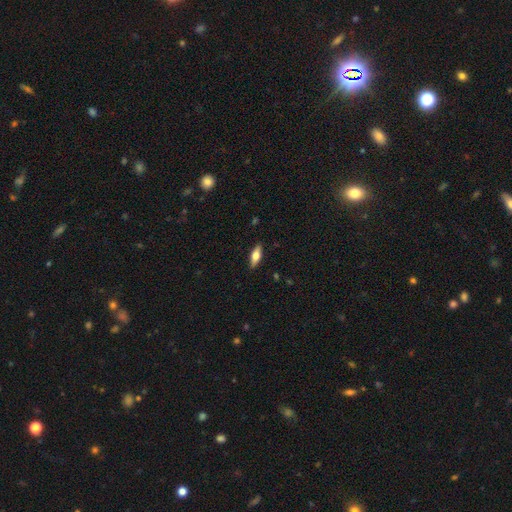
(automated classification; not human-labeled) The model was most divided on "smooth or featured": smooth: 58%, featured or disk: 36%, star or artifact: 6%. More confident: merging — none (89%); how rounded — in between (64%).